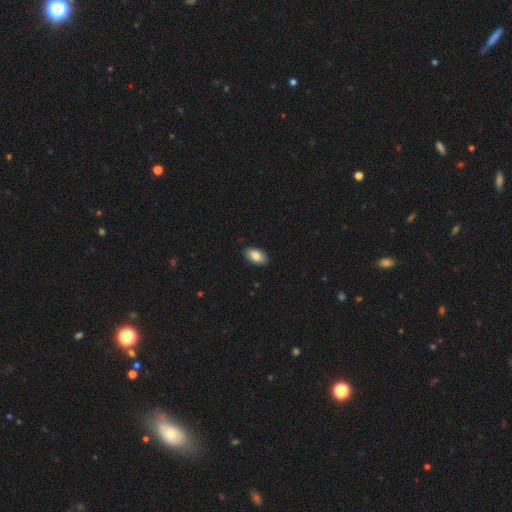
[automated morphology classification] Smooth or featured? smooth (83%)
How rounded? in between (94%)
Merging? none (90%)